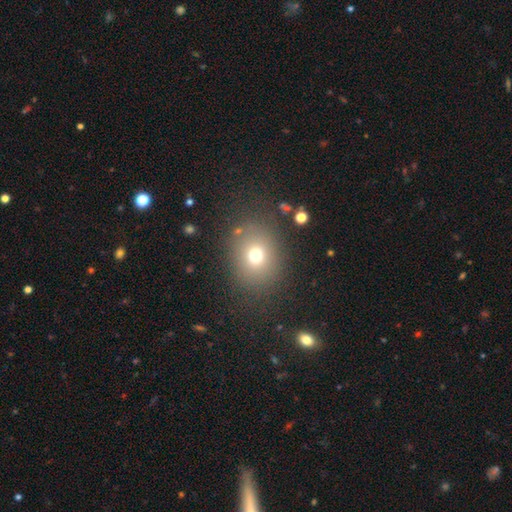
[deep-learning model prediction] The model was most divided on "how rounded": round: 62%, in between: 37%, cigar-shaped: 1%. More confident: merging — none (81%); smooth or featured — smooth (71%).